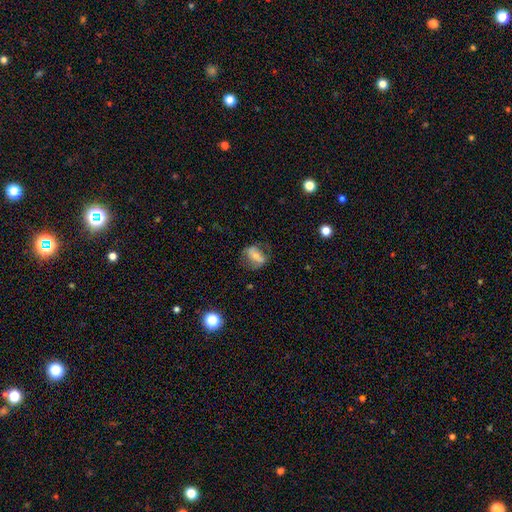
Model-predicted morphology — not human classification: smooth_or_featured: smooth (p=0.46) [alt: featured or disk p=0.44]
merging: none (p=0.57) [alt: minor disturbance p=0.24]